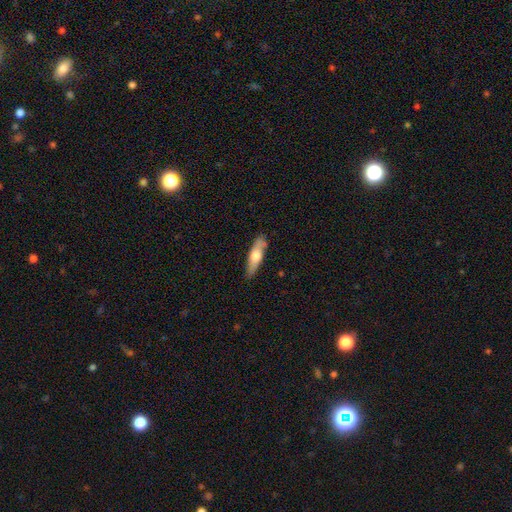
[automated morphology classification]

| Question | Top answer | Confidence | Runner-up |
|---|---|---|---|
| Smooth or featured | smooth | 60% | featured or disk (34%) |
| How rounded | cigar-shaped | 66% | in between (32%) |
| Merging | none | 79% | minor disturbance (15%) |